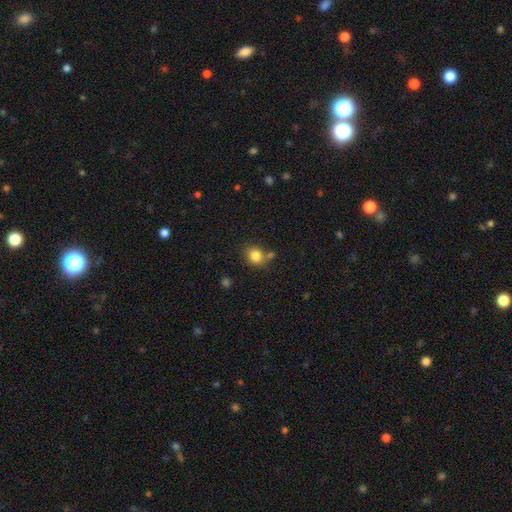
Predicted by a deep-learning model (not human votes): smooth_or_featured: smooth (p=0.83) [alt: star or artifact p=0.10]
how_rounded: round (p=0.68) [alt: in between p=0.31]
merging: none (p=0.69) [alt: merger p=0.14]